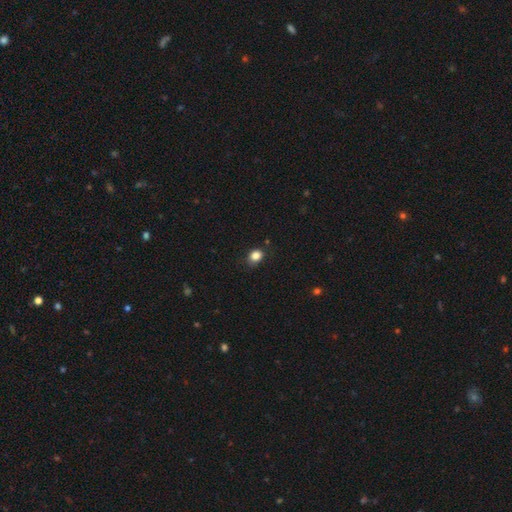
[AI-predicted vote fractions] Morphology: type=smooth (84%); roundness=round (57%); merging=none (79%).